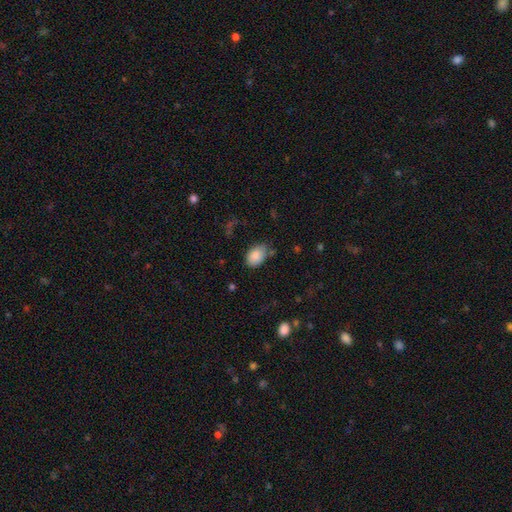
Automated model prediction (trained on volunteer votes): Smooth or featured: smooth — 87% (star or artifact — 7%)
How rounded: in between — 84% (round — 15%)
Merging: none — 68% (minor disturbance — 23%)